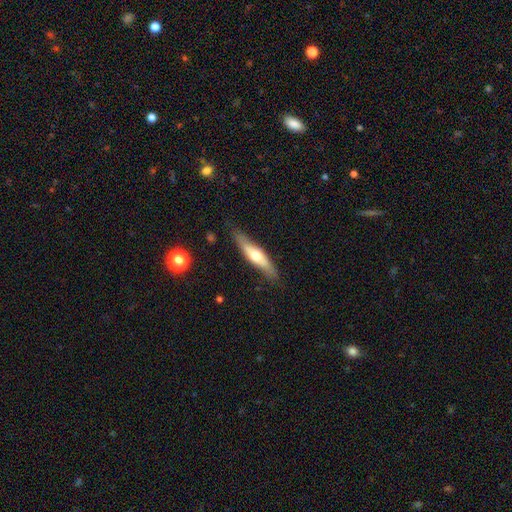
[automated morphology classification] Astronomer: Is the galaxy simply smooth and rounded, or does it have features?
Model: featured or disk — 49% (runner-up: smooth, 45%).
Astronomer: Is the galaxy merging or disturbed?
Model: none — 80%.